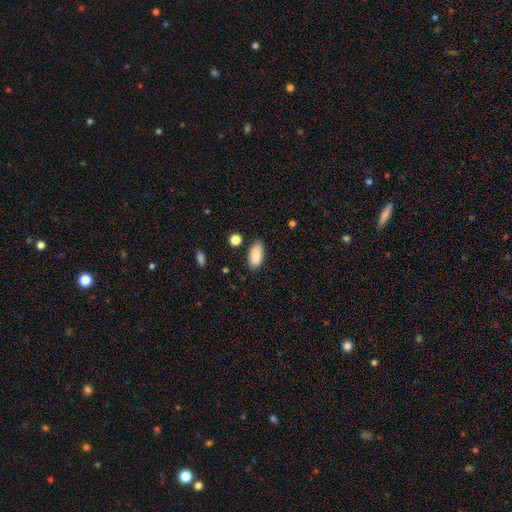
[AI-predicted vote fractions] The model was most divided on "merging": none: 83%, minor disturbance: 12%, merger: 3%, major disturbance: 3%. More confident: how rounded — in between (91%); smooth or featured — smooth (85%).